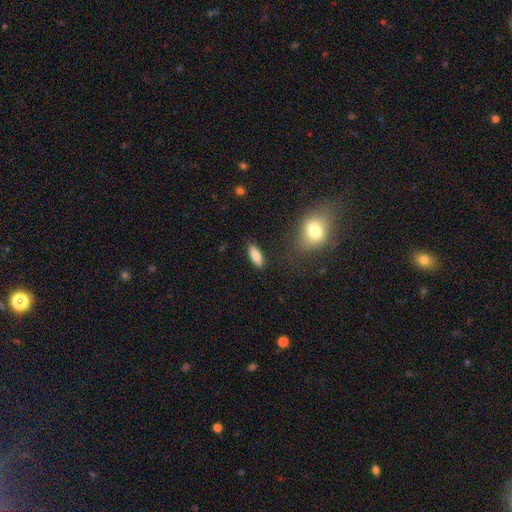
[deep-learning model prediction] A smooth galaxy with no disk features (84%) that is in between round and cigar-shaped (68%).

Vote fractions:
- Smooth or featured? smooth: 84% / featured or disk: 9% / star or artifact: 7%
- How rounded? in between: 68% / cigar-shaped: 29% / round: 3%
- Merging? none: 85% / minor disturbance: 10% / major disturbance: 3% / merger: 2%